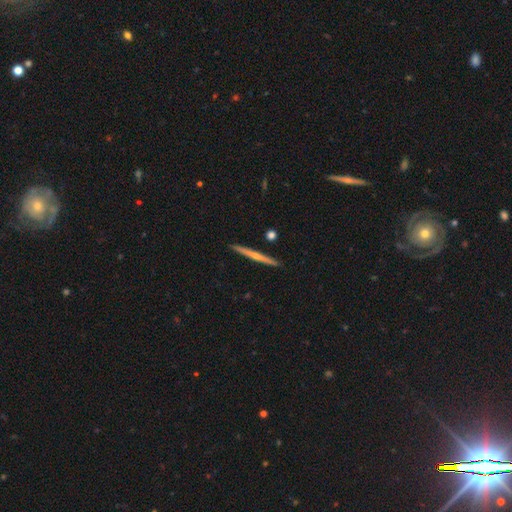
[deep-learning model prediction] smooth-or-featured: featured or disk: 60% | smooth: 34% | star or artifact: 6%
  disk-edge-on: yes: 98% | no: 2%
    edge-on-bulge: rounded: 57% | none: 39% | boxy: 4%
  merging: none: 91% | minor disturbance: 6% | merger: 2% | major disturbance: 1%